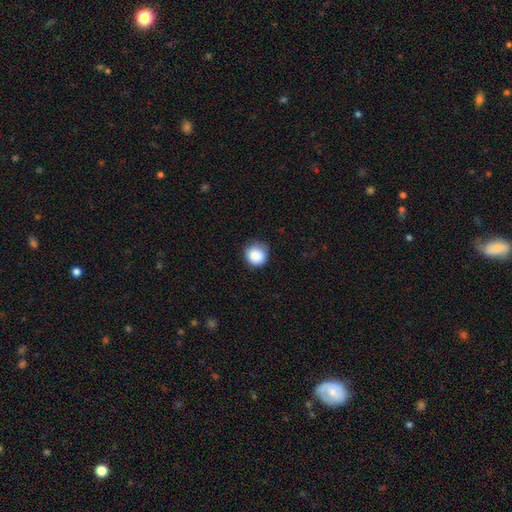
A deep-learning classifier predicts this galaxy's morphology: This appears to be a smooth galaxy with no disk features (87%) that is round (92%). Merging: none (78%).